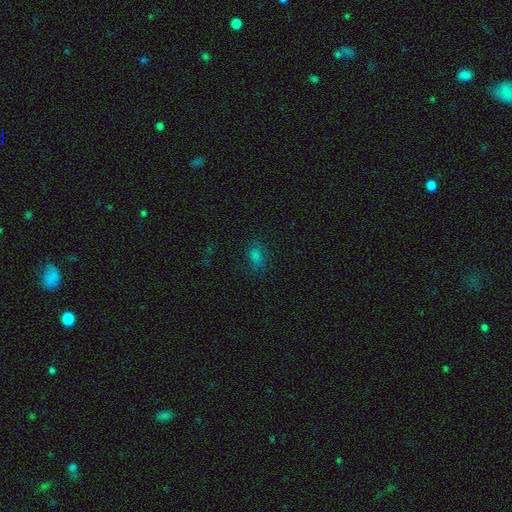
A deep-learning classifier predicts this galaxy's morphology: This appears to be a smooth galaxy with no disk features (70%) that is in between round and cigar-shaped (81%). Merging: none (81%).